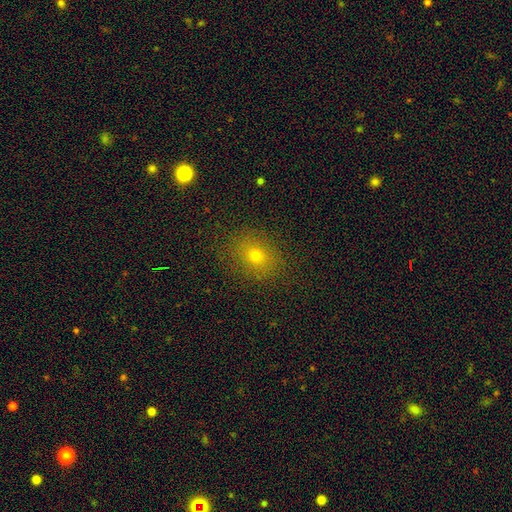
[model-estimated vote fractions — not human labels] Smooth or featured: smooth — 71% (star or artifact — 16%)
How rounded: round — 54% (in between — 45%)
Merging: none — 85% (minor disturbance — 10%)